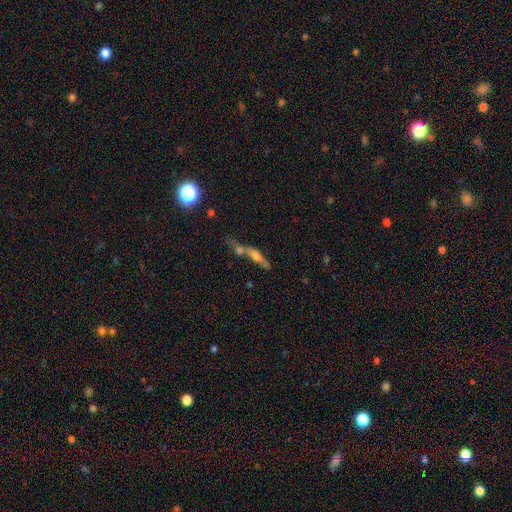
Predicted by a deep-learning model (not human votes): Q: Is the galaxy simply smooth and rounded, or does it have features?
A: smooth — 44%, tied with featured or disk.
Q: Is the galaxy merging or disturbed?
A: merger — 53%.